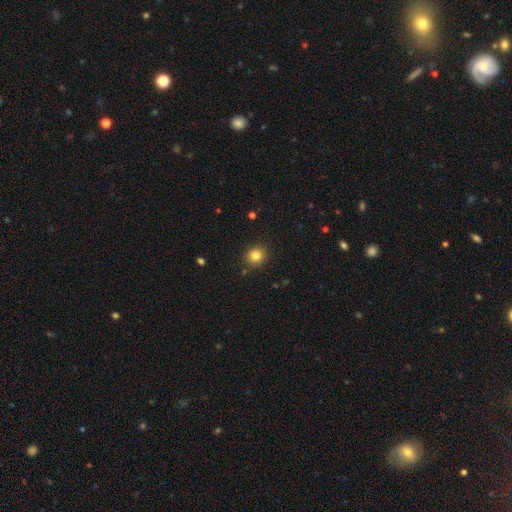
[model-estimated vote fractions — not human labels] smooth 82%, star or artifact 12%, featured or disk 6%. Down the decision tree: how rounded — round (90%); merging — none (91%).